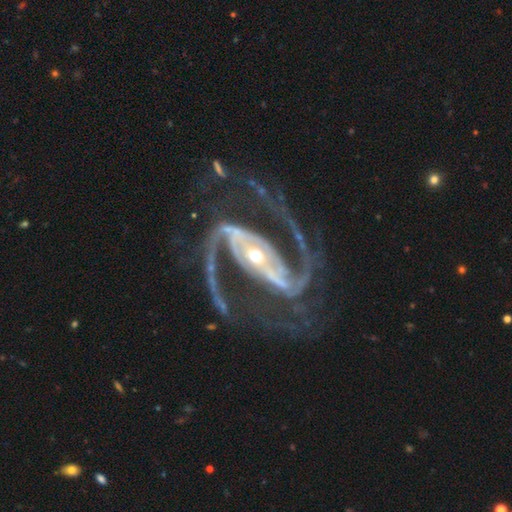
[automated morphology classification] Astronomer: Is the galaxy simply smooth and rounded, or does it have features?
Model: featured or disk — 94%.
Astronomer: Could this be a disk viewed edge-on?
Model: no — 97%.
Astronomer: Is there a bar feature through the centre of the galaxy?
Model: strong — 60%.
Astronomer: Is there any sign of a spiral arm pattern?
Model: yes — 99%.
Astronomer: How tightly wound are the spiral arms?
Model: medium — 59%.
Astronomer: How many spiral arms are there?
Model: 2 — 82%.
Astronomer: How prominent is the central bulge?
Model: moderate — 51% (runner-up: small, 44%).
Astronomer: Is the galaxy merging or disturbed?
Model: none — 65%.